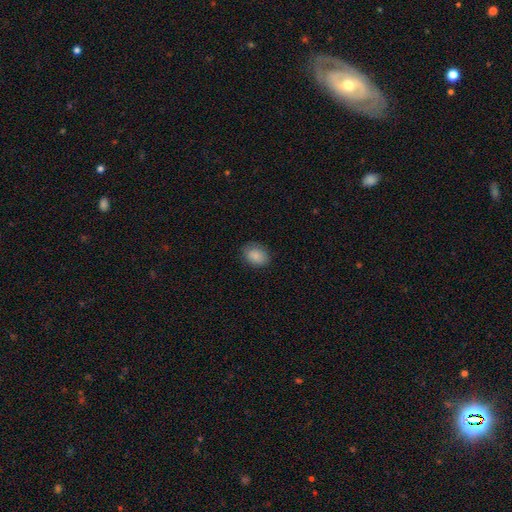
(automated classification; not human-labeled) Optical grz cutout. It shows a smooth galaxy with no disk features (86%) that is in between round and cigar-shaped (64%). Merging: none (81%).